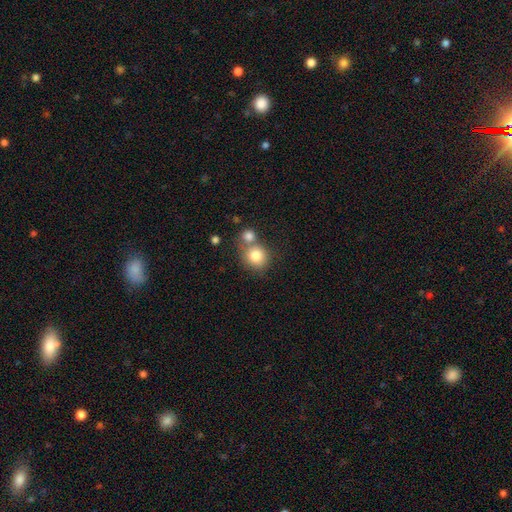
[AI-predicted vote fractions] This appears to be a smooth galaxy with no disk features (80%) that is round (85%). Merging: none (50%).